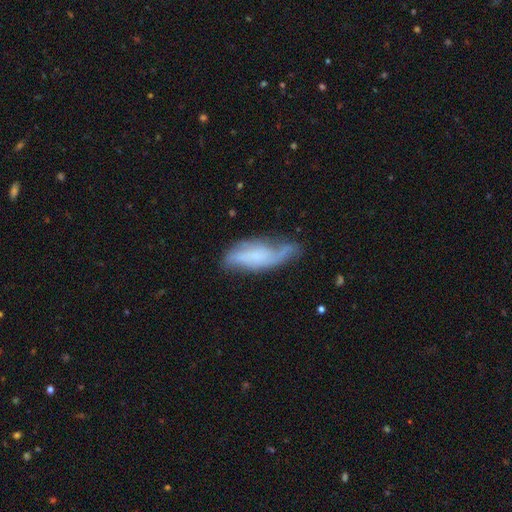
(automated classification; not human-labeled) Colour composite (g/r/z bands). It shows a featured or disk galaxy (54%). Merging: none (52%).